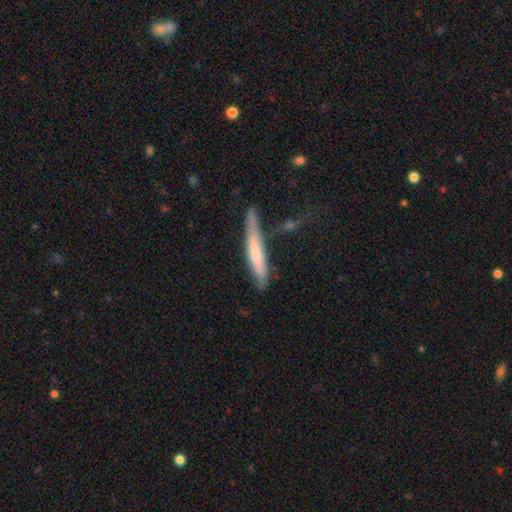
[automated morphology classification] Q: Smooth or featured?
A: smooth (61%); runner-up: featured or disk (33%)
Q: How rounded?
A: cigar-shaped (89%); runner-up: in between (10%)
Q: Merging?
A: none (55%); runner-up: minor disturbance (24%)